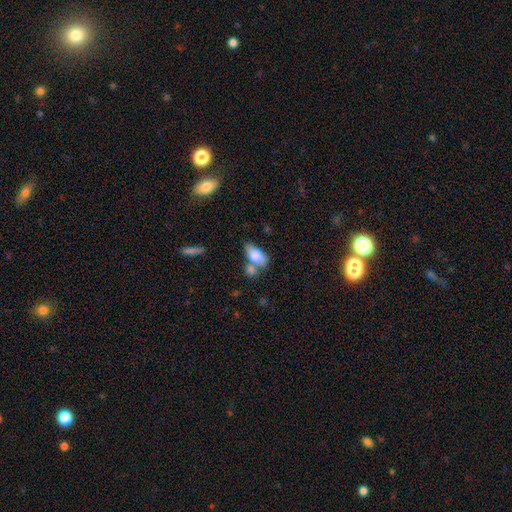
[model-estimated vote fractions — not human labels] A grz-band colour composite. It shows a smooth galaxy with no disk features (78%) that is in between round and cigar-shaped (87%). Merging: merger (38%, tied with none).